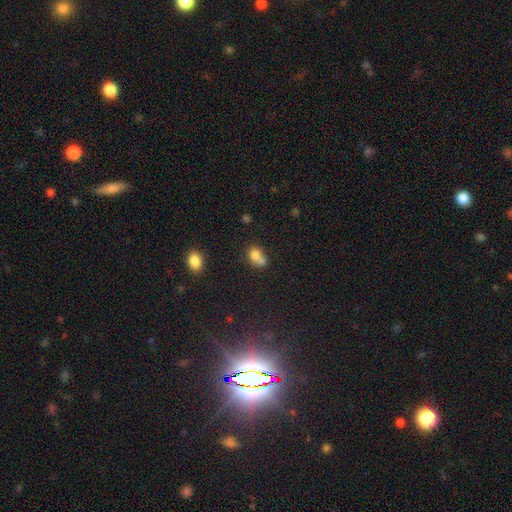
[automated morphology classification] smooth_or_featured: smooth (p=0.75) [alt: featured or disk p=0.14]
how_rounded: round (p=0.56) [alt: in between p=0.43]
merging: merger (p=0.55) [alt: none p=0.29]